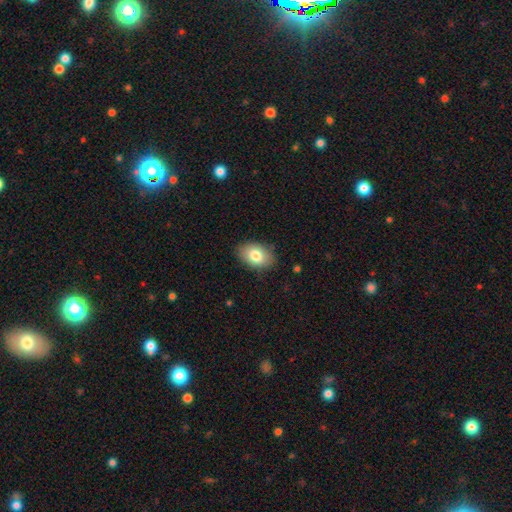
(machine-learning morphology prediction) Overall: smooth (80%). How rounded: in between (86%). Merging: none (85%).